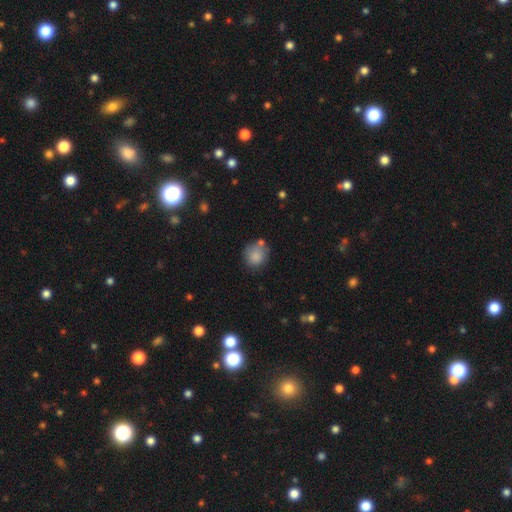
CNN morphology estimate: Smooth or featured? smooth (83%)
How rounded? round (84%)
Merging? none (66%)